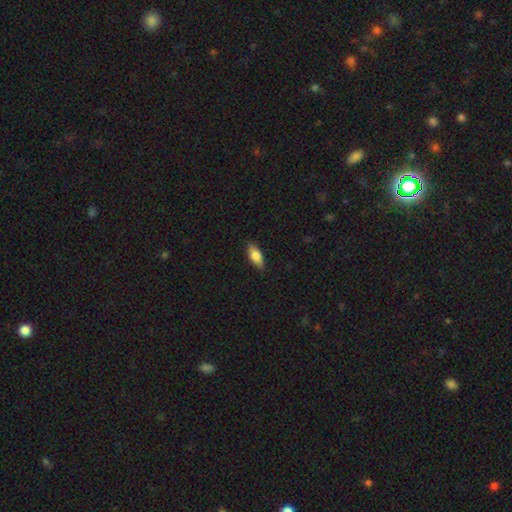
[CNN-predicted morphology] This is likely a smooth galaxy (76%). How rounded: likely in between (80%). Merging: clearly none (87%).